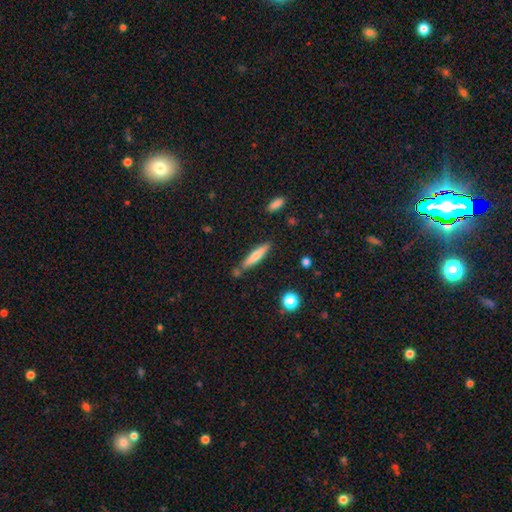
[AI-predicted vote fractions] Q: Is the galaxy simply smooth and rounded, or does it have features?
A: smooth — 66%.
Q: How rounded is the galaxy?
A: cigar-shaped — 88%.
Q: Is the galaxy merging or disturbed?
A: none — 76%.